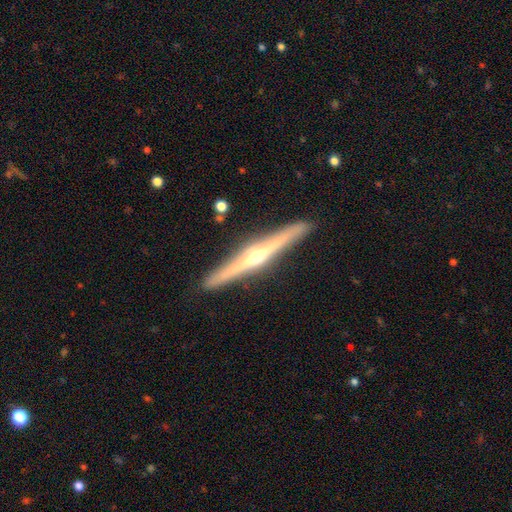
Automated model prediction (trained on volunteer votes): A featured or disk galaxy (83%) viewed edge-on (98%) with a rounded central bulge (93%).

Vote fractions:
- Smooth or featured? featured or disk: 83% / smooth: 12% / star or artifact: 5%
- Edge-on disk? yes: 98% / no: 2%
- Edge-on bulge? rounded: 93% / none: 4% / boxy: 3%
- Merging? none: 91% / minor disturbance: 6% / major disturbance: 1% / merger: 1%